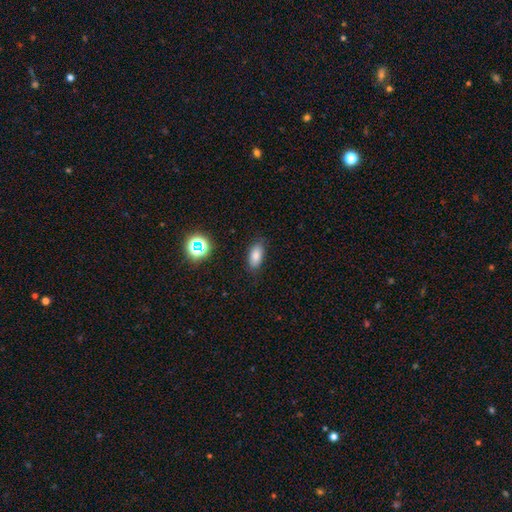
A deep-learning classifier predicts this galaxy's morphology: Smooth or featured: smooth — 79% (star or artifact — 12%)
How rounded: in between — 87% (cigar-shaped — 8%)
Merging: none — 83% (minor disturbance — 12%)